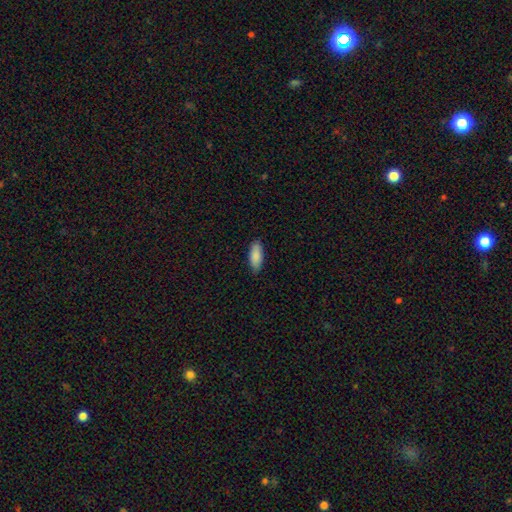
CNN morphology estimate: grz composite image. It shows a smooth galaxy with no disk features (88%) that is in between round and cigar-shaped (76%). Merging: none (85%).